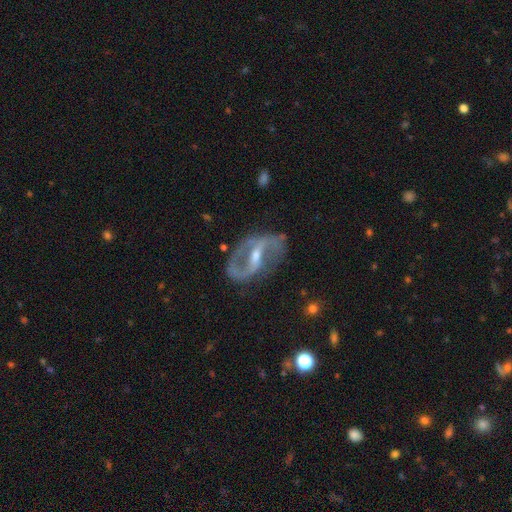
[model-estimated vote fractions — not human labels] Smooth or featured? featured or disk (88%)
Edge-on disk? no (95%)
Bar? strong (51%)
Spiral arms? yes (91%)
Spiral winding? medium (46%)
Spiral arm count? 2 (86%)
Bulge size? moderate (48%)
Merging? none (71%)